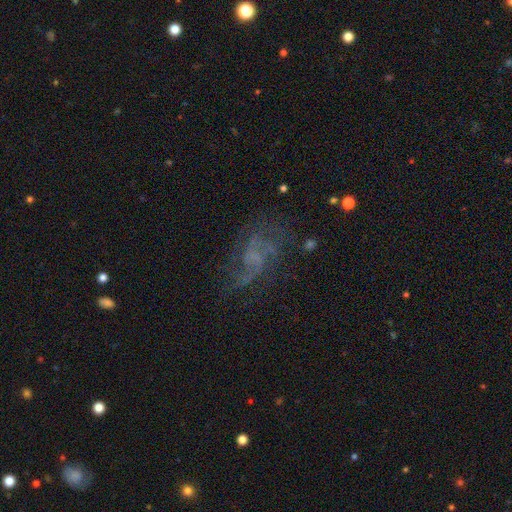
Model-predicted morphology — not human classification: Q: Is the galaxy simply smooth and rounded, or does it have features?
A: featured or disk — 70%.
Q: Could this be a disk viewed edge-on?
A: no — 97%.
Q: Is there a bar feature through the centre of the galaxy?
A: no — 62%.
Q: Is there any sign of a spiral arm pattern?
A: yes — 82%.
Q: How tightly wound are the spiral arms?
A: loose — 55%.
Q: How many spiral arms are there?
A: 2 — 50%.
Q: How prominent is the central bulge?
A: none — 65%.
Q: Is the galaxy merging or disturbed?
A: none — 56%.